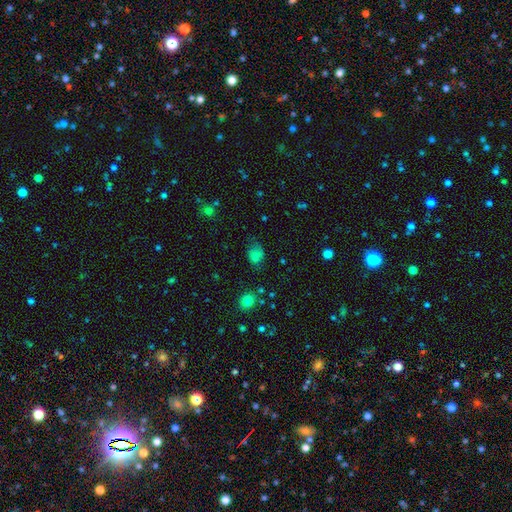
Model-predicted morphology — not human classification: This appears to be a smooth galaxy with no disk features (70%) that is in between round and cigar-shaped (60%). Merging: none (55%).